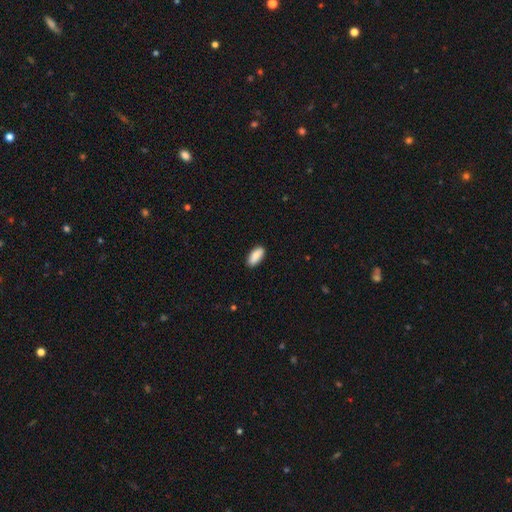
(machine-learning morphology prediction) Q: Smooth or featured?
A: smooth (89%); runner-up: star or artifact (6%)
Q: How rounded?
A: in between (87%); runner-up: cigar-shaped (11%)
Q: Merging?
A: none (88%); runner-up: minor disturbance (9%)